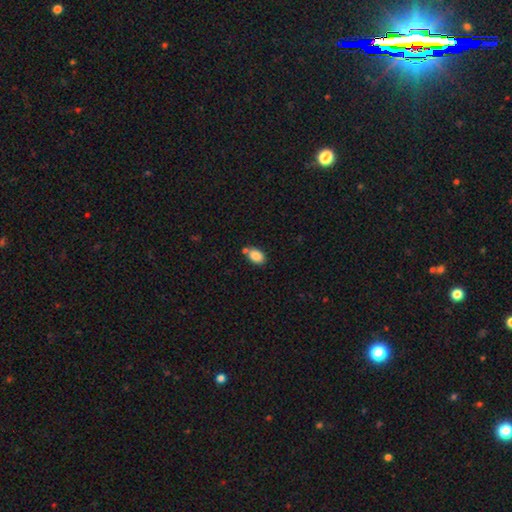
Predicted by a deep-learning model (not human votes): smooth-or-featured: smooth: 87% | star or artifact: 8% | featured or disk: 5%
  how-rounded: in between: 86% | round: 13% | cigar-shaped: 1%
  merging: none: 64% | merger: 18% | minor disturbance: 15% | major disturbance: 4%